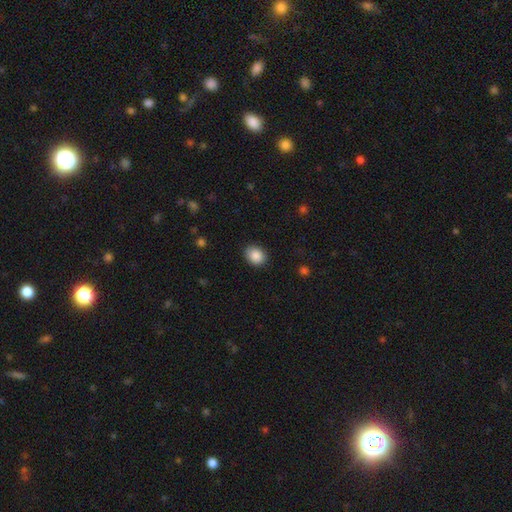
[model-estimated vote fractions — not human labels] Smooth or featured: smooth — 88% (star or artifact — 8%)
How rounded: round — 51% (in between — 48%)
Merging: none — 88% (minor disturbance — 9%)